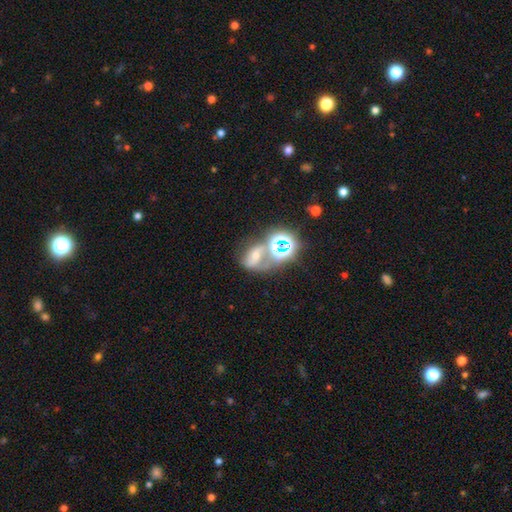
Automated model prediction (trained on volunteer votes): Q: Smooth or featured?
A: star or artifact (45%); runner-up: featured or disk (30%)